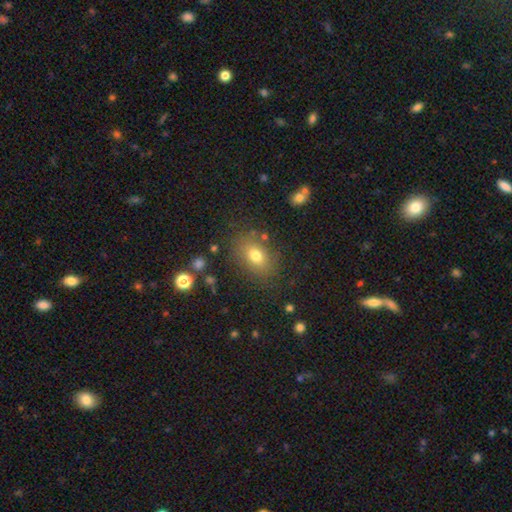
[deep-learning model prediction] smooth_or_featured: smooth (p=0.74) [alt: star or artifact p=0.13]
how_rounded: in between (p=0.71) [alt: round p=0.28]
merging: none (p=0.80) [alt: minor disturbance p=0.13]